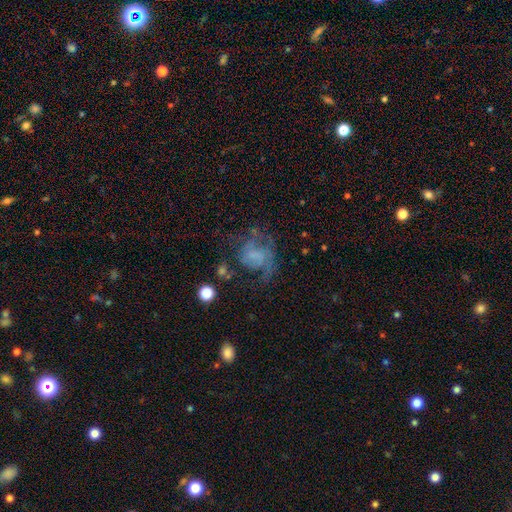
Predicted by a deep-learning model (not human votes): Smooth or featured?
  - featured or disk: 54% *
  - smooth: 32%
  - star or artifact: 14%
Edge-on disk?
  - no: 98% *
  - yes: 2%
Bar?
  - no: 73% *
  - weak: 23%
  - strong: 4%
Spiral arms?
  - yes: 58% *
  - no: 42%
Bulge size?
  - none: 62% *
  - small: 19%
  - moderate: 12%
  - large: 6%
  - dominant: 2%
Merging?
  - major disturbance: 41% *
  - none: 35%
  - minor disturbance: 20%
  - merger: 4%